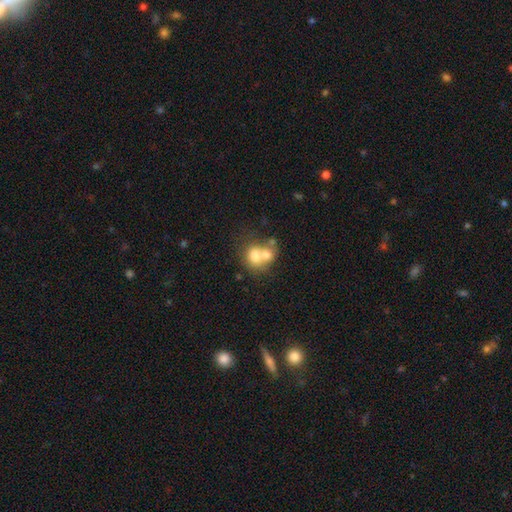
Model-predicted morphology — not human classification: type=smooth (69%); roundness=round (70%); merging=merger (66%).